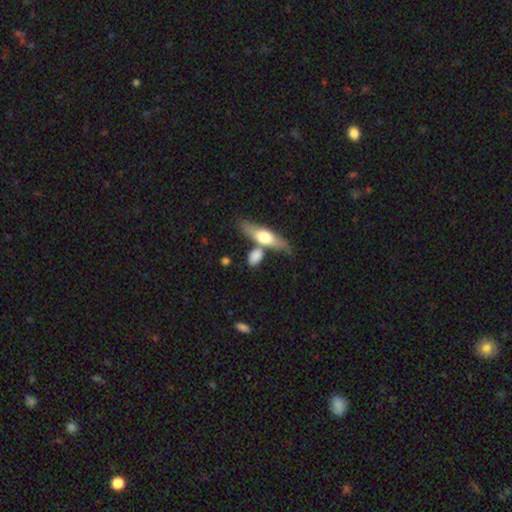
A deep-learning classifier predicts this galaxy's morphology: Overall: smooth (71%). How rounded: in between (59%; cigar-shaped 24%). Merging: none (53%; merger 27%).